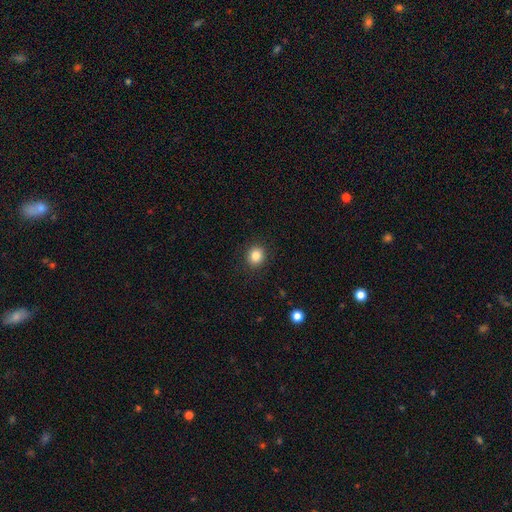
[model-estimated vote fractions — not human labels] Q: Smooth or featured?
A: smooth (84%); runner-up: star or artifact (10%)
Q: How rounded?
A: round (83%); runner-up: in between (16%)
Q: Merging?
A: none (91%); runner-up: minor disturbance (6%)